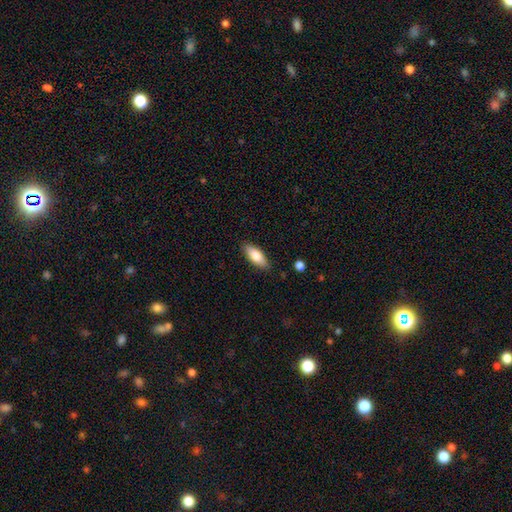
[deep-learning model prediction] The model was most divided on "how rounded": in between: 76%, cigar-shaped: 22%, round: 2%. More confident: merging — none (87%); smooth or featured — smooth (79%).